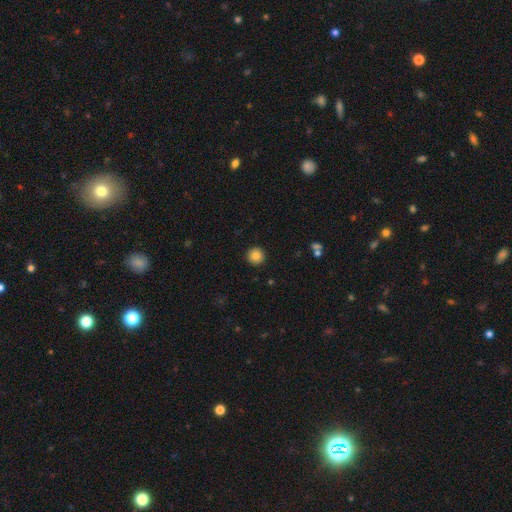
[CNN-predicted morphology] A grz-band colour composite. It shows a smooth galaxy with no disk features (84%) that is round (96%). Merging: none (93%).